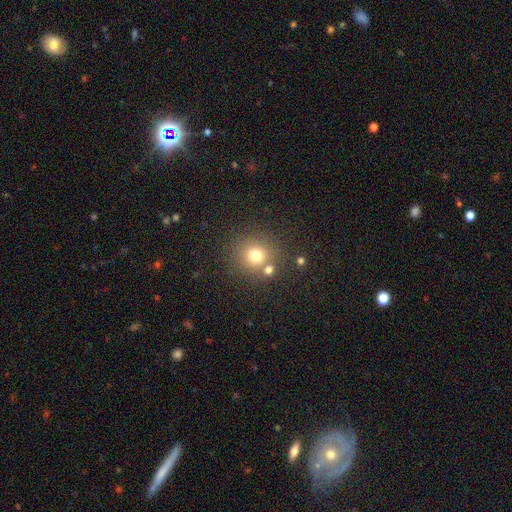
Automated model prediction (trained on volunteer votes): smooth_or_featured: smooth (p=0.74) [alt: star or artifact p=0.17]
how_rounded: round (p=0.91) [alt: in between p=0.08]
merging: none (p=0.73) [alt: merger p=0.15]